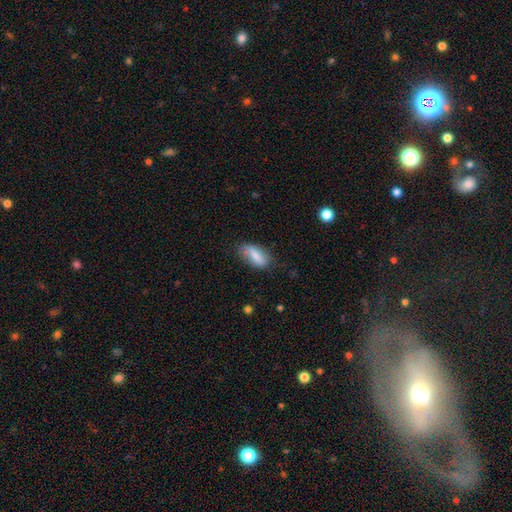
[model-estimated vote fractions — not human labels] Q: Smooth or featured?
A: smooth (79%); runner-up: featured or disk (14%)
Q: How rounded?
A: in between (80%); runner-up: cigar-shaped (17%)
Q: Merging?
A: none (68%); runner-up: minor disturbance (24%)